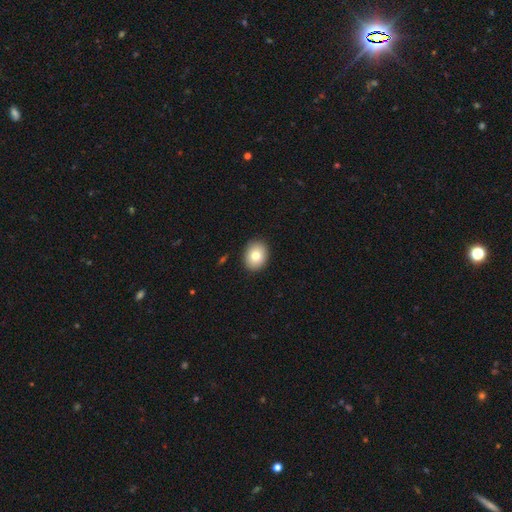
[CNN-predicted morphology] smooth-or-featured: smooth: 80% | featured or disk: 12% | star or artifact: 8%
  how-rounded: in between: 55% | round: 44% | cigar-shaped: 1%
  merging: none: 90% | minor disturbance: 8% | major disturbance: 2% | merger: 1%